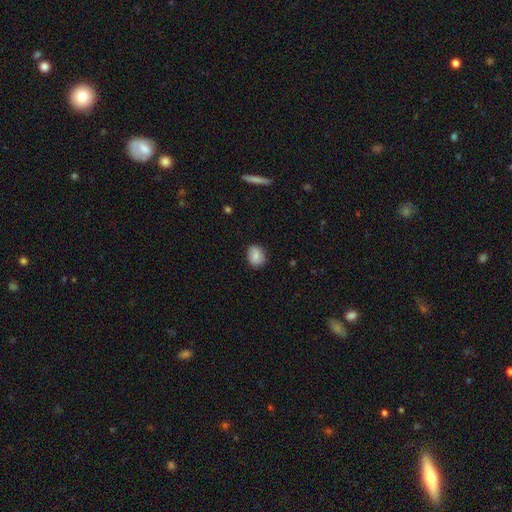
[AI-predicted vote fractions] Morphology: type=smooth (80%); roundness=round (56%); merging=none (84%).